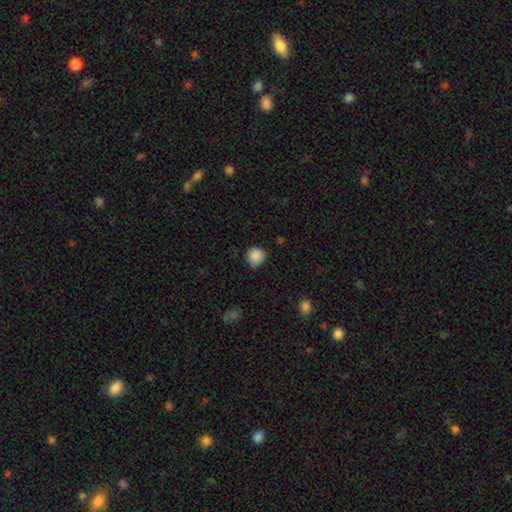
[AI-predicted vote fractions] Overall: smooth (87%). How rounded: round (88%). Merging: none (69%).